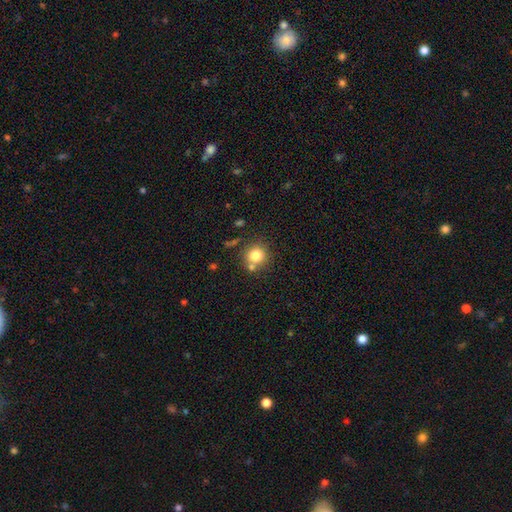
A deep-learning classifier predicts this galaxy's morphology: Smooth or featured?
  - smooth: 79% *
  - star or artifact: 12%
  - featured or disk: 9%
How rounded?
  - round: 89% *
  - in between: 10%
  - cigar-shaped: 1%
Merging?
  - none: 69% *
  - merger: 17%
  - minor disturbance: 11%
  - major disturbance: 4%